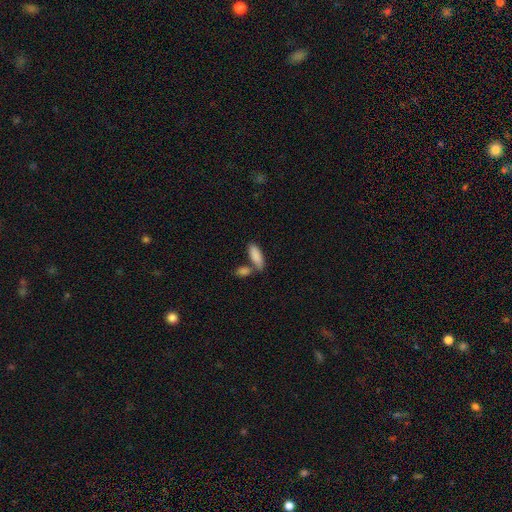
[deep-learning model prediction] Smooth or featured: smooth — 87% (featured or disk — 7%)
How rounded: in between — 70% (cigar-shaped — 27%)
Merging: none — 54% (merger — 30%)